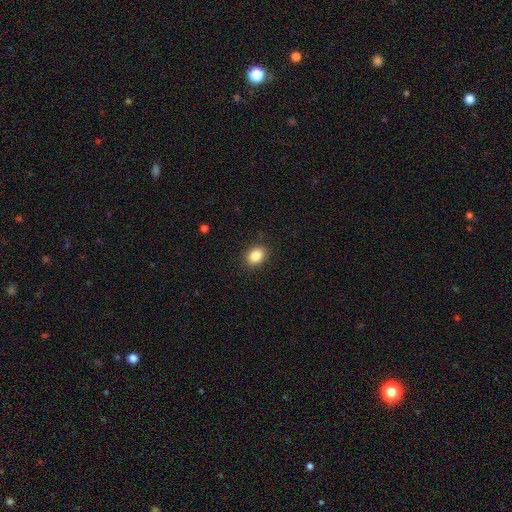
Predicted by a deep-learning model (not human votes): smooth-or-featured: smooth: 86% | star or artifact: 9% | featured or disk: 5%
  how-rounded: in between: 62% | round: 37% | cigar-shaped: 1%
  merging: none: 89% | minor disturbance: 8% | major disturbance: 2% | merger: 1%